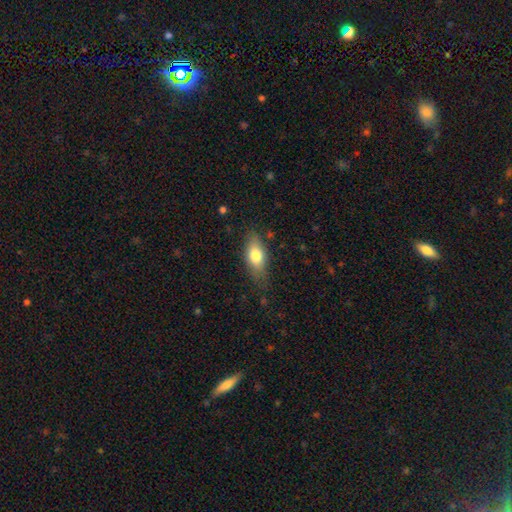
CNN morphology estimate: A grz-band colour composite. It shows a smooth galaxy with no disk features (74%) that is in between round and cigar-shaped (79%). Merging: none (76%).